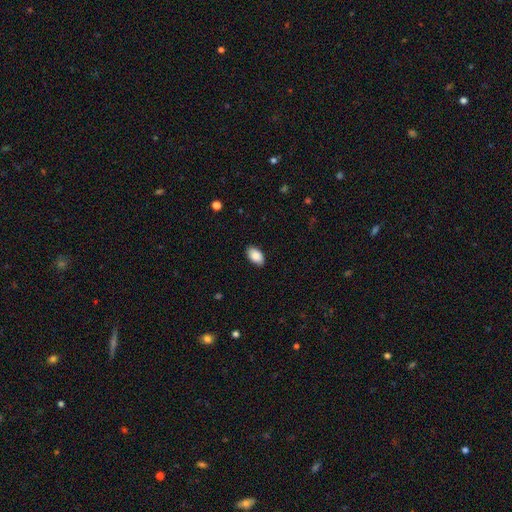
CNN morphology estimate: Smooth or featured? smooth (89%)
How rounded? in between (94%)
Merging? none (87%)